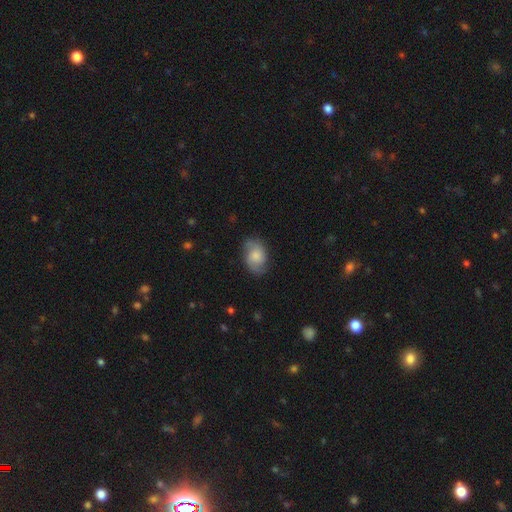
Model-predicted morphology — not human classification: smooth_or_featured: smooth (p=0.52) [alt: featured or disk p=0.41]
how_rounded: in between (p=0.78) [alt: round p=0.21]
merging: none (p=0.73) [alt: minor disturbance p=0.20]